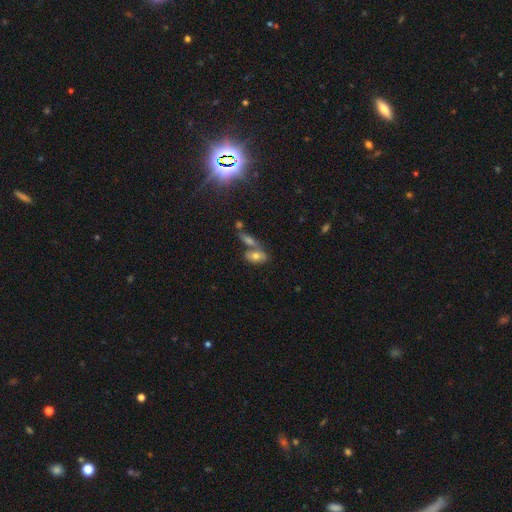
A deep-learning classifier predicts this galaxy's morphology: The model was most divided on "merging": none: 44%, merger: 38%, minor disturbance: 12%, major disturbance: 5%. More confident: how rounded — in between (86%); smooth or featured — smooth (67%).